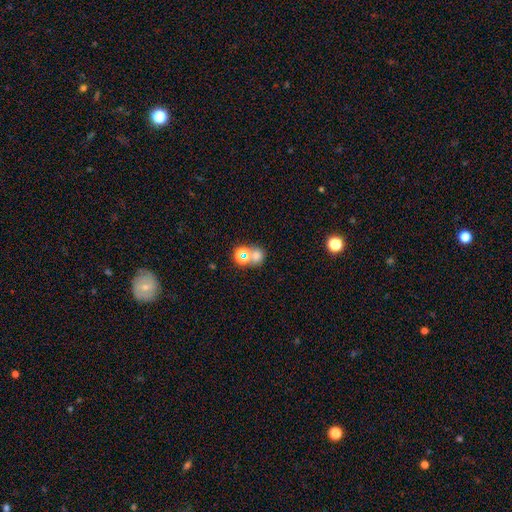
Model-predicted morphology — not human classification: This is likely a smooth galaxy (61%). How rounded: likely round (75%). Merging: possibly none (54%).